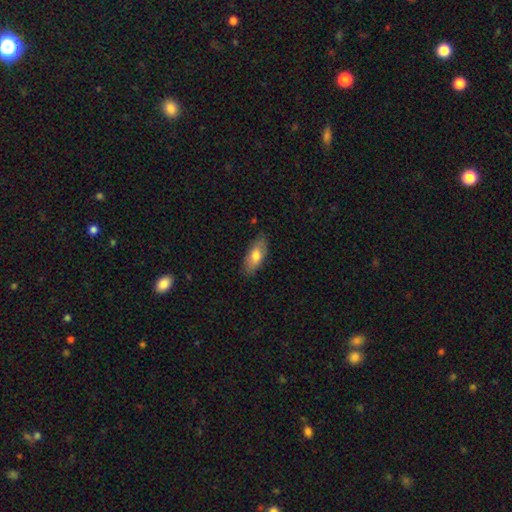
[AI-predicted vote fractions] Morphology: type=smooth (75%); roundness=in between (83%); merging=none (82%).